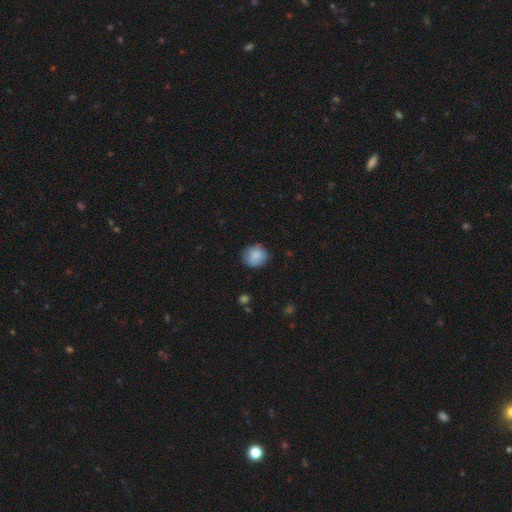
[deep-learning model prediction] Q: Smooth or featured?
A: smooth (87%); runner-up: star or artifact (8%)
Q: How rounded?
A: round (85%); runner-up: in between (14%)
Q: Merging?
A: none (81%); runner-up: minor disturbance (15%)